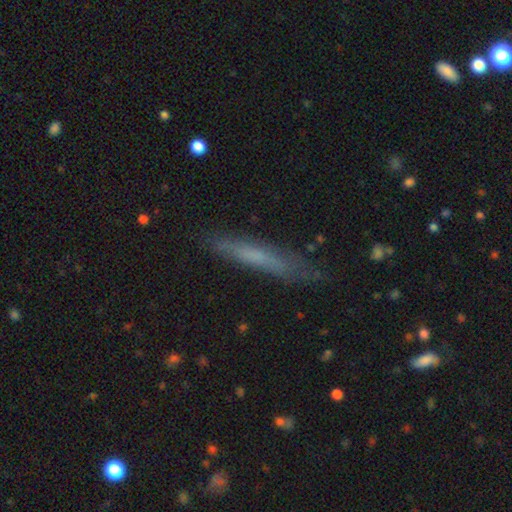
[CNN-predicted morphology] Smooth or featured? smooth (55%)
How rounded? cigar-shaped (93%)
Merging? none (78%)